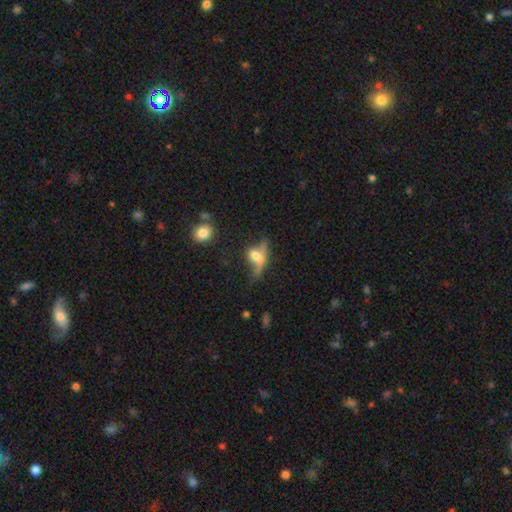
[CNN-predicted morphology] Q: Smooth or featured?
A: featured or disk (46%); runner-up: smooth (42%)
Q: Merging?
A: none (36%); runner-up: major disturbance (28%)